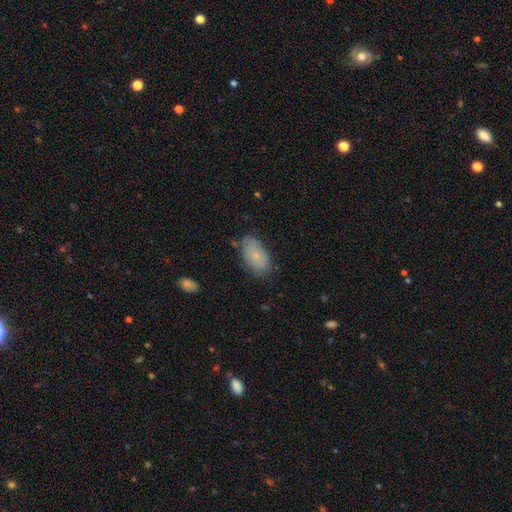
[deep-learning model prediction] Smooth or featured: smooth — 75% (featured or disk — 17%)
How rounded: in between — 93% (round — 5%)
Merging: none — 71% (minor disturbance — 21%)